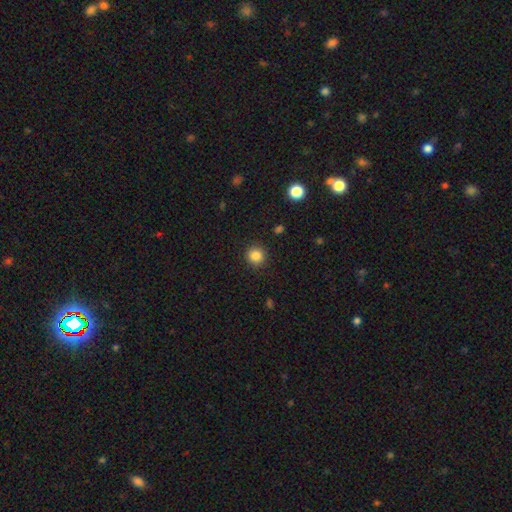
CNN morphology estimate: This appears to be a smooth galaxy with no disk features (85%) that is round (93%). Merging: none (91%).